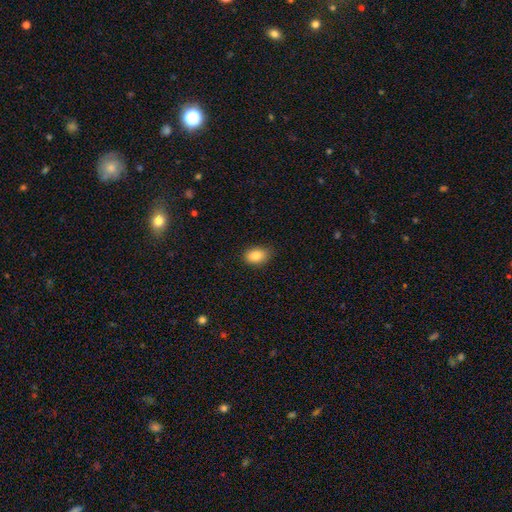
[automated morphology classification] Smooth or featured? Predicted: smooth (p=0.85). How rounded? Predicted: in between (p=0.84). Merging? Predicted: none (p=0.83).